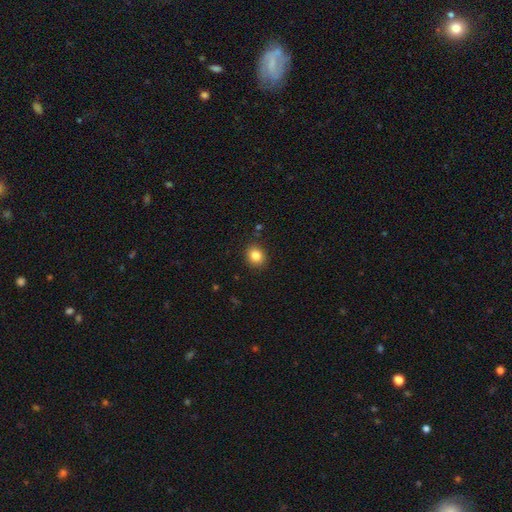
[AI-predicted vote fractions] smooth 84%, star or artifact 10%, featured or disk 6%. Down the decision tree: how rounded — round (69%); merging — none (89%).